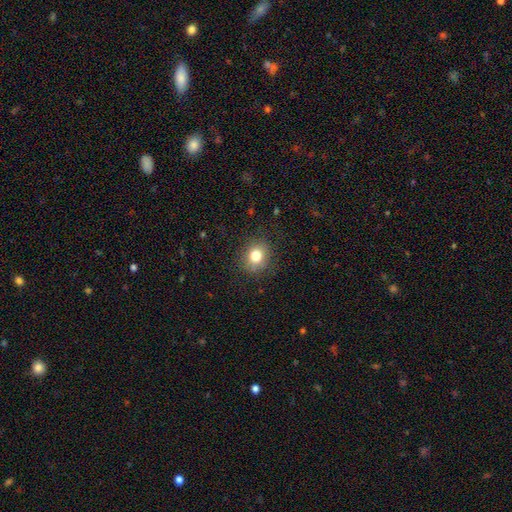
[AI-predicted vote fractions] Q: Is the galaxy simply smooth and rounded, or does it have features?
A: smooth — 80%.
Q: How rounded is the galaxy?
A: round — 69%.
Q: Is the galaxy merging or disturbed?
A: none — 85%.